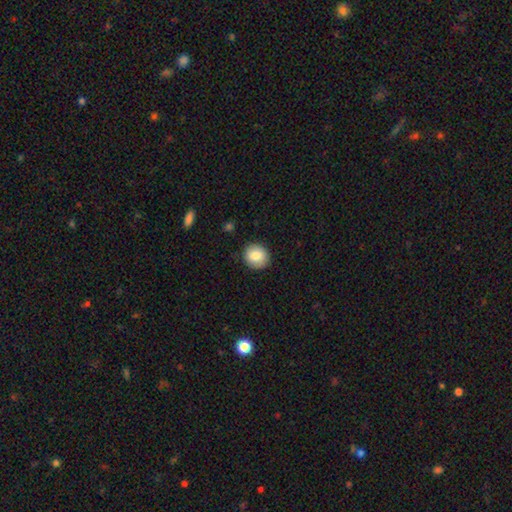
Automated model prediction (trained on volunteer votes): Q: Smooth or featured?
A: smooth (82%); runner-up: featured or disk (10%)
Q: How rounded?
A: round (82%); runner-up: in between (17%)
Q: Merging?
A: none (88%); runner-up: minor disturbance (9%)